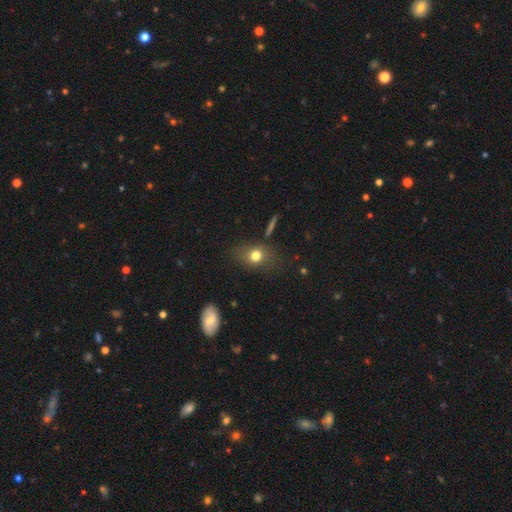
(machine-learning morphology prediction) Smooth or featured? smooth (73%)
How rounded? in between (53%)
Merging? none (72%)